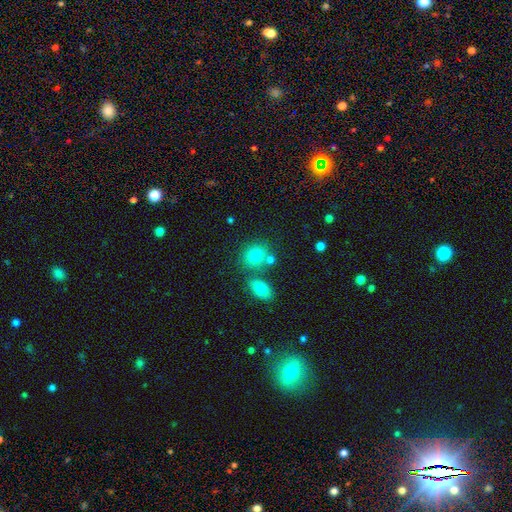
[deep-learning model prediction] Q: Smooth or featured?
A: smooth (79%); runner-up: star or artifact (11%)
Q: How rounded?
A: round (63%); runner-up: in between (35%)
Q: Merging?
A: none (62%); runner-up: merger (23%)